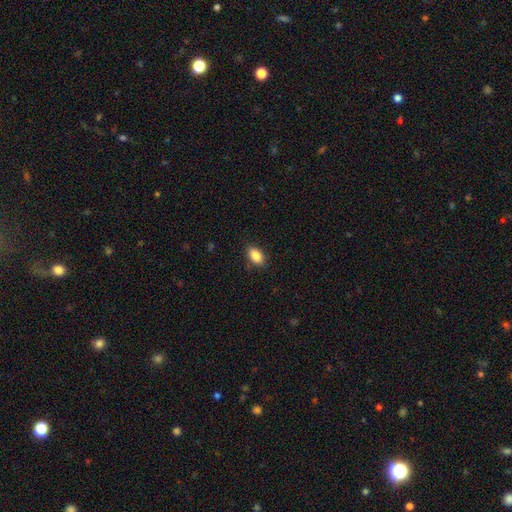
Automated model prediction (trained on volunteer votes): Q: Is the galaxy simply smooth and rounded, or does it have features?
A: smooth — 87%.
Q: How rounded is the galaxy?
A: in between — 90%.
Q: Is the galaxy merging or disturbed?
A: none — 86%.